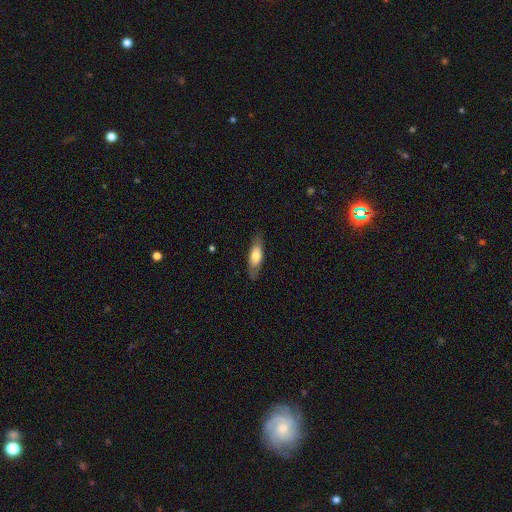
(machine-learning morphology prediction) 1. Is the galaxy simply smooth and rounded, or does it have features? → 62% smooth, 32% featured or disk, 6% star or artifact.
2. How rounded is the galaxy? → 57% in between, 40% cigar-shaped, 2% round.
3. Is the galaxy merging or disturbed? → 80% none, 15% minor disturbance, 4% major disturbance, 1% merger.